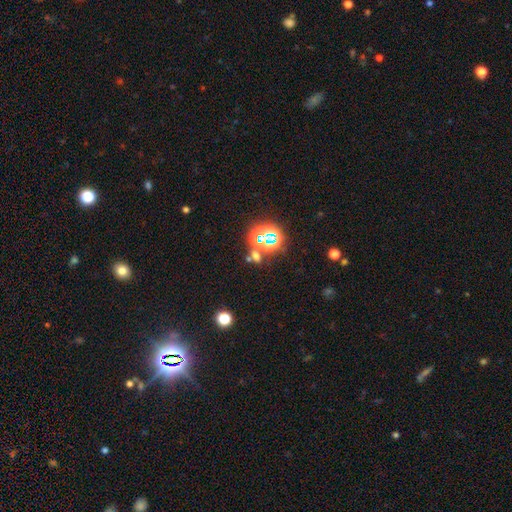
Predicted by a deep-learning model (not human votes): Smooth or featured: star or artifact — 58% (smooth — 33%)